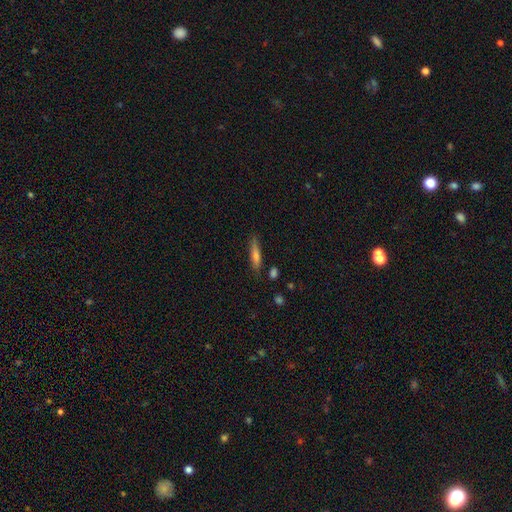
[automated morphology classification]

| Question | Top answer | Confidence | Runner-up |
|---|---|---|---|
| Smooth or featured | smooth | 61% | featured or disk (30%) |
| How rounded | cigar-shaped | 87% | in between (11%) |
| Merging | none | 82% | minor disturbance (12%) |